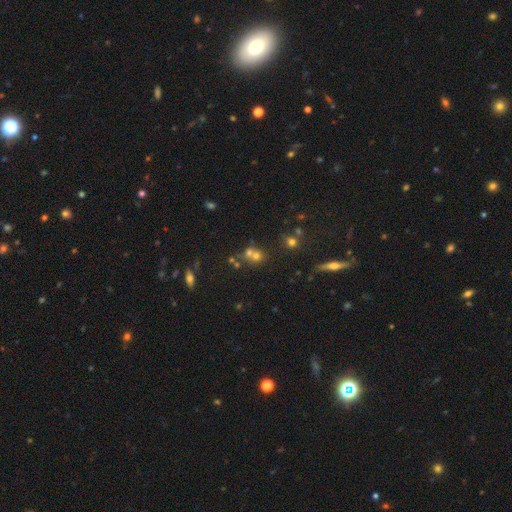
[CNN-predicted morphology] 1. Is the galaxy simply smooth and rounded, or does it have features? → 58% smooth, 25% star or artifact, 17% featured or disk.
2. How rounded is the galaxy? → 80% round, 18% in between, 1% cigar-shaped.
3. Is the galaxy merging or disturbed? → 47% merger, 42% none, 7% minor disturbance, 4% major disturbance.